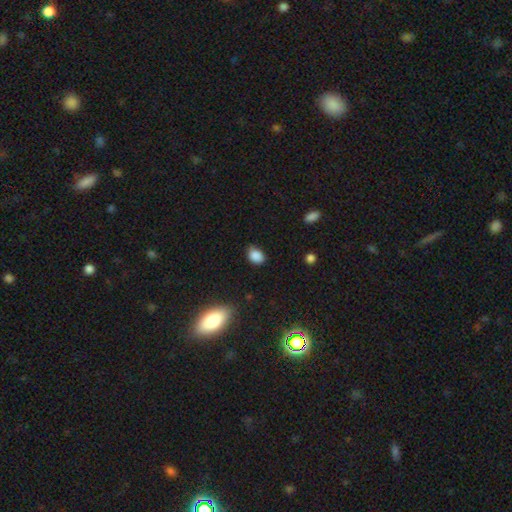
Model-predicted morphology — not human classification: smooth_or_featured: smooth (p=0.86) [alt: star or artifact p=0.09]
how_rounded: in between (p=0.74) [alt: round p=0.25]
merging: none (p=0.70) [alt: minor disturbance p=0.24]